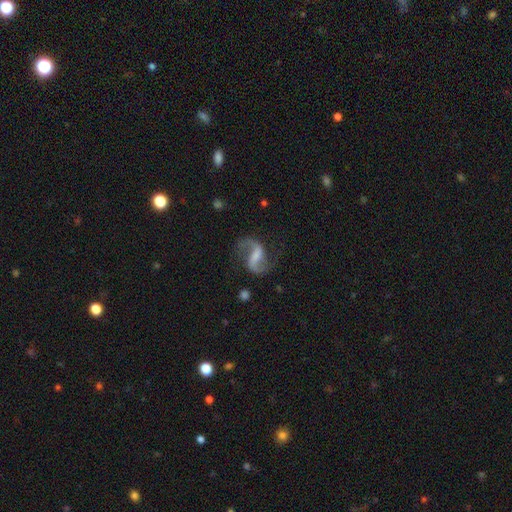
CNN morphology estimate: Smooth or featured? featured or disk (90%)
Edge-on disk? no (98%)
Bar? weak (45%)
Spiral arms? yes (97%)
Spiral winding? loose (61%)
Spiral arm count? 2 (94%)
Bulge size? small (39%)
Merging? none (79%)